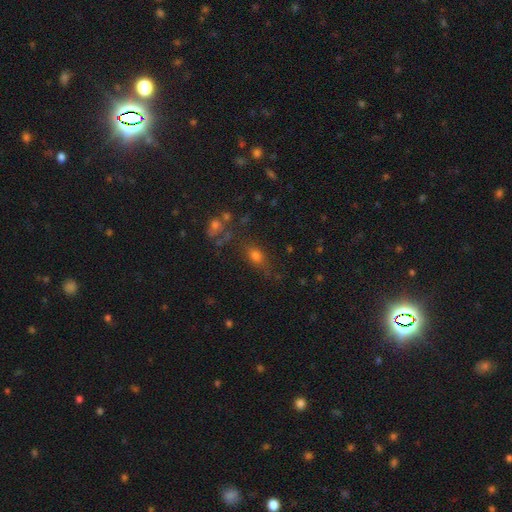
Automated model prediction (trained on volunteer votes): Smooth or featured: smooth — 67% (star or artifact — 20%)
How rounded: in between — 63% (round — 28%)
Merging: none — 66% (minor disturbance — 18%)